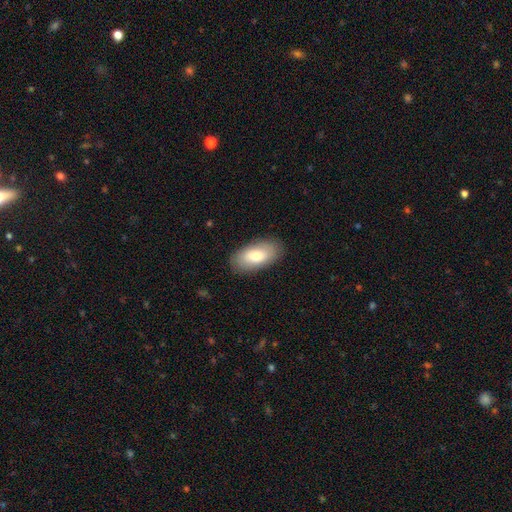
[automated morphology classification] The model was most divided on "smooth or featured": smooth: 78%, featured or disk: 17%, star or artifact: 6%. More confident: how rounded — in between (94%); merging — none (87%).